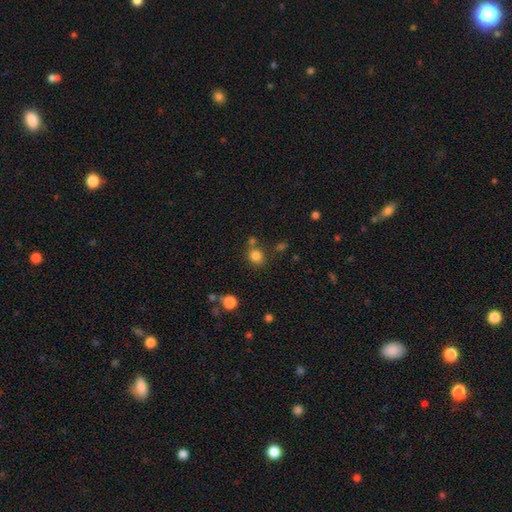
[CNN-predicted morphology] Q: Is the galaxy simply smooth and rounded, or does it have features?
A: smooth — 81%.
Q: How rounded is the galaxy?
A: round — 75%.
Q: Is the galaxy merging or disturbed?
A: none — 70%.